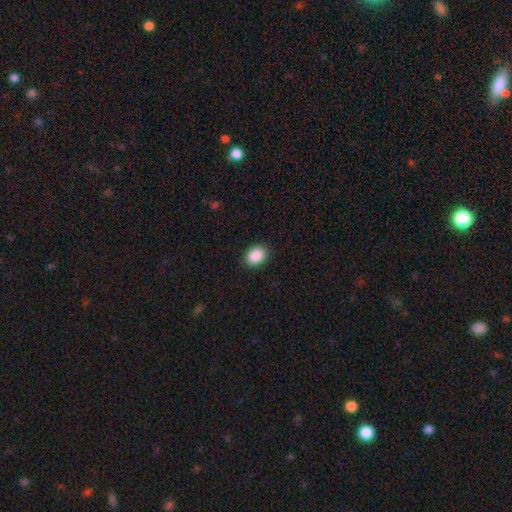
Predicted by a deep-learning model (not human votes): Smooth or featured? Predicted: smooth (p=0.90). How rounded? Predicted: in between (p=0.69). Merging? Predicted: none (p=0.89).